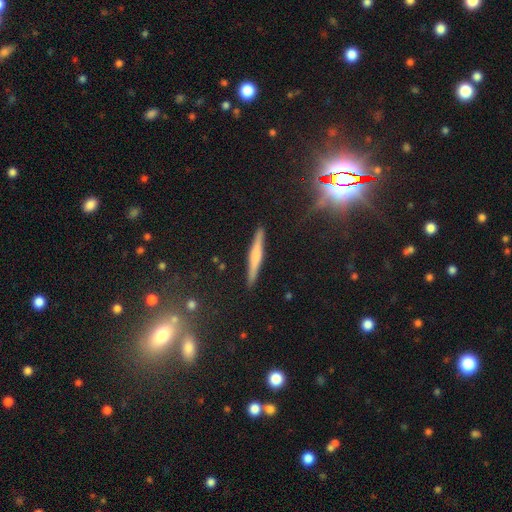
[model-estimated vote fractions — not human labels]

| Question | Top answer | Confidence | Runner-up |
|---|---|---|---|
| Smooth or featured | featured or disk | 50% | smooth (40%) |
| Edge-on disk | yes | 97% | no (3%) |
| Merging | none | 90% | minor disturbance (7%) |